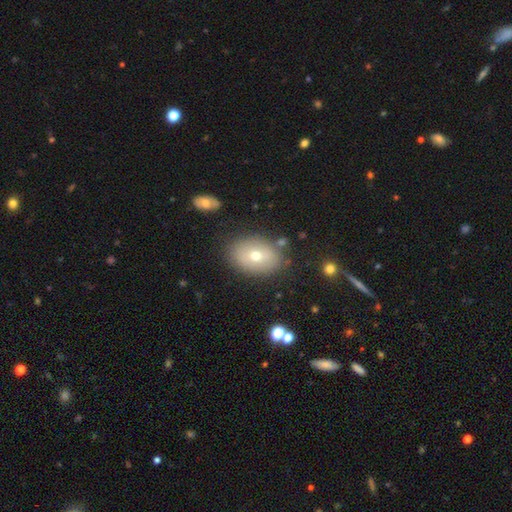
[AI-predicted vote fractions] Smooth or featured? Predicted: smooth (p=0.63). How rounded? Predicted: in between (p=0.76). Merging? Predicted: none (p=0.79).